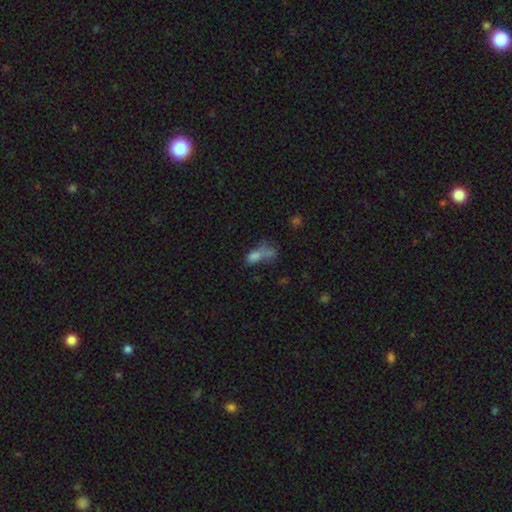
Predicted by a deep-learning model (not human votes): A smooth galaxy with no disk features (64%) that is in between round and cigar-shaped (76%). Merging: merger (40%).